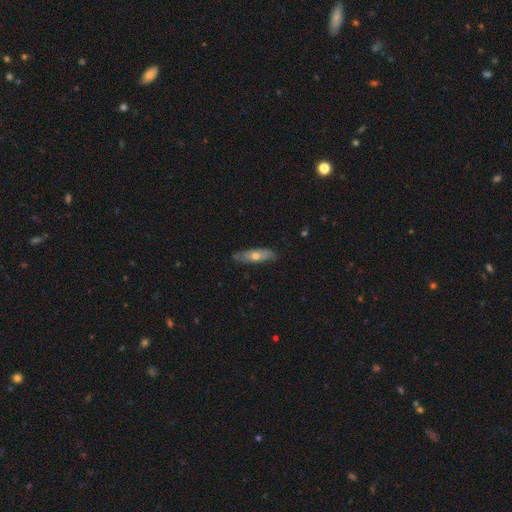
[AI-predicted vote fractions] Q: Smooth or featured?
A: featured or disk (48%); runner-up: smooth (46%)
Q: Merging?
A: none (79%); runner-up: minor disturbance (17%)